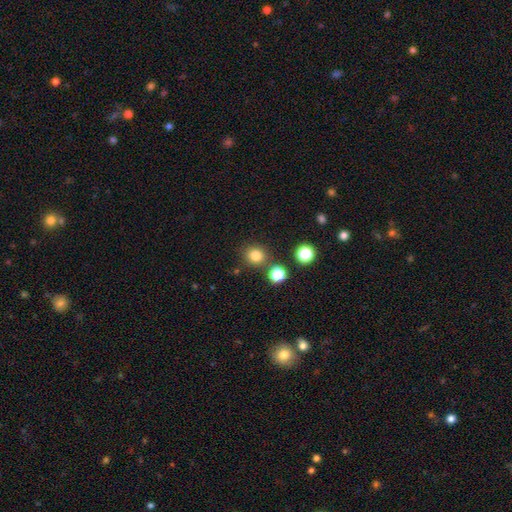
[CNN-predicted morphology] A smooth galaxy with no disk features (81%) that is round (87%).

Vote fractions:
- Smooth or featured? smooth: 81% / star or artifact: 14% / featured or disk: 5%
- How rounded? round: 87% / in between: 12% / cigar-shaped: 1%
- Merging? none: 81% / minor disturbance: 8% / merger: 8% / major disturbance: 3%